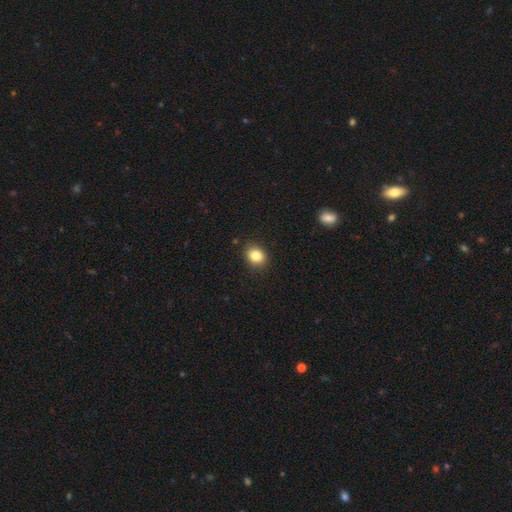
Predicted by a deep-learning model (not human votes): Morphology: type=smooth (85%); roundness=round (52%); merging=none (88%).